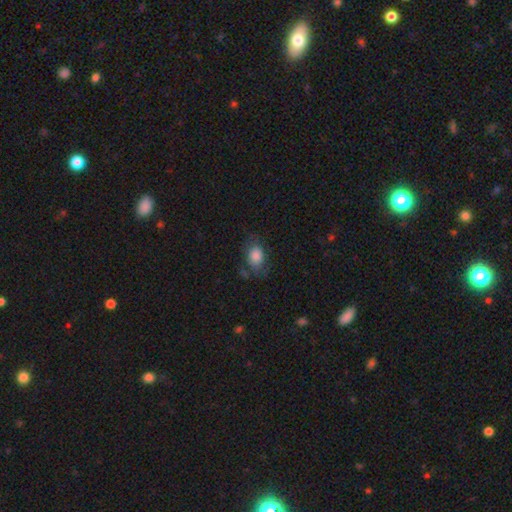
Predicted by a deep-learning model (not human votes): Smooth or featured? Predicted: smooth (p=0.81). How rounded? Predicted: in between (p=0.76). Merging? Predicted: none (p=0.63).